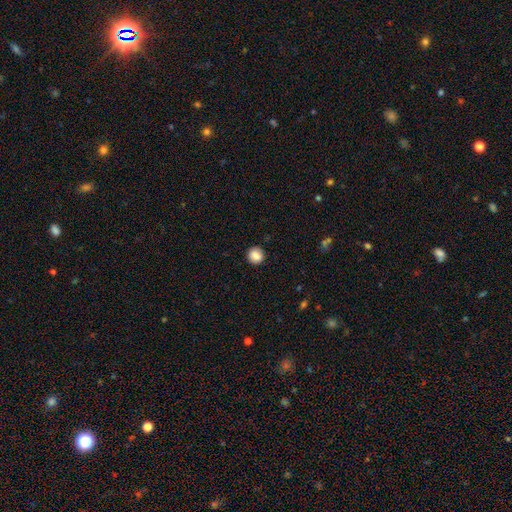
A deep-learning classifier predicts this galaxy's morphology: Smooth or featured? smooth (85%)
How rounded? round (87%)
Merging? none (90%)